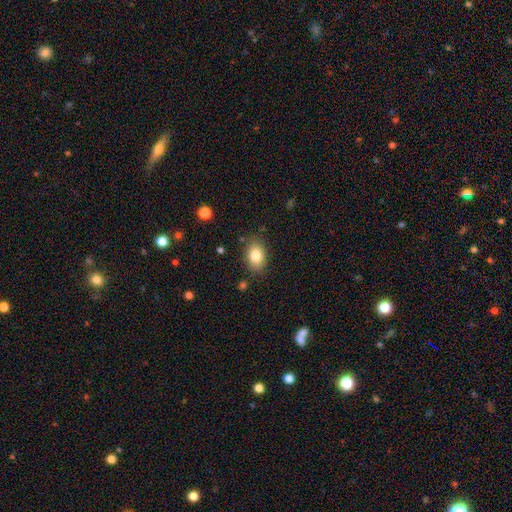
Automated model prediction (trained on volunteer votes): Overall: smooth (82%). How rounded: in between (81%). Merging: none (83%).